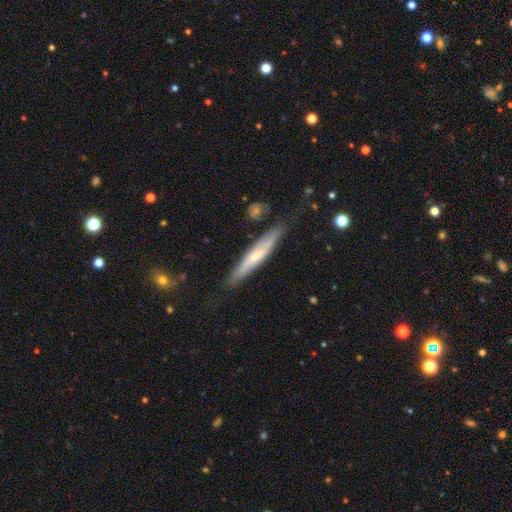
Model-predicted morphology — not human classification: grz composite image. It shows a featured or disk galaxy (48%). Merging: none (79%).